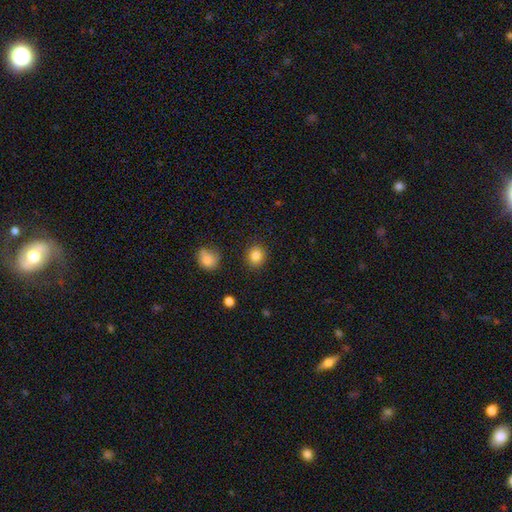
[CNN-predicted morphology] This appears to be a smooth galaxy with no disk features (85%) that is round (79%). Merging: none (88%).